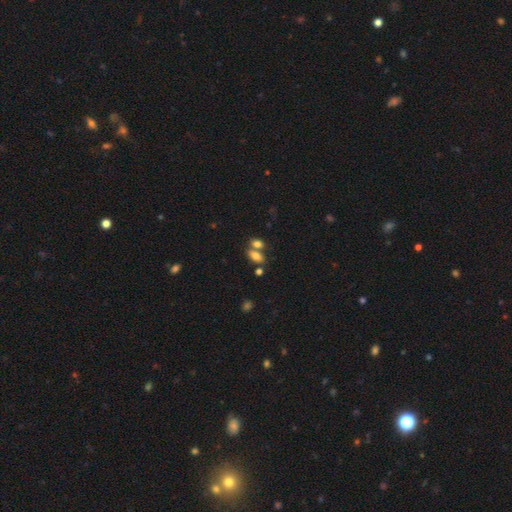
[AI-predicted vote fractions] This appears to be a smooth galaxy with no disk features (79%) that is in between round and cigar-shaped (85%). Merging: none (45%).